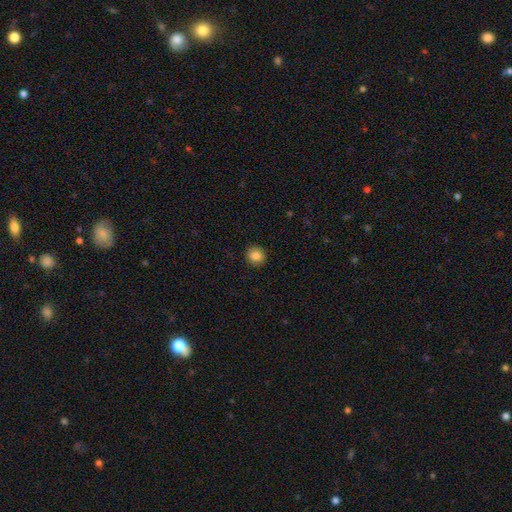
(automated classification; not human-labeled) Smooth or featured: smooth — 85% (star or artifact — 10%)
How rounded: round — 89% (in between — 10%)
Merging: none — 91% (minor disturbance — 6%)